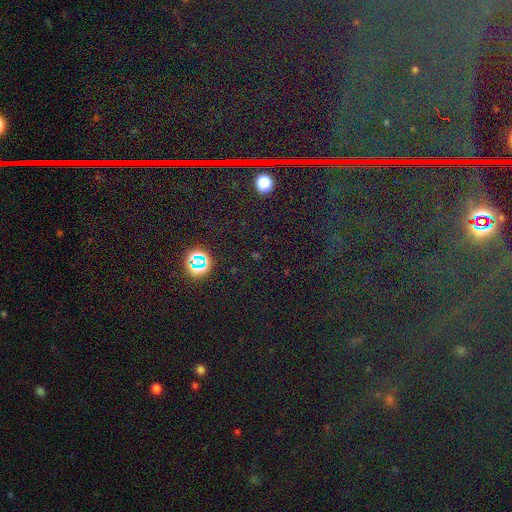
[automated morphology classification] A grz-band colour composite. It shows a star or artifact, not a galaxy (80%).